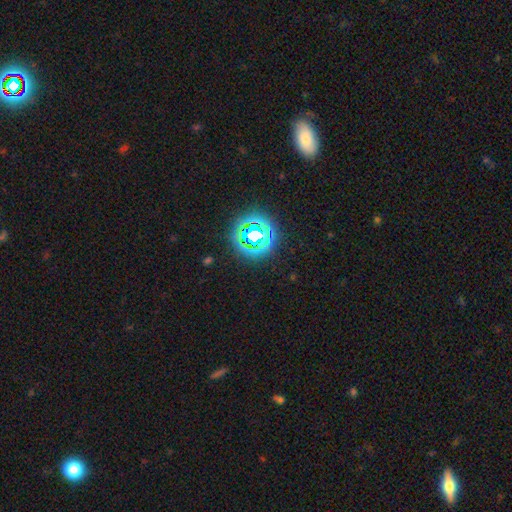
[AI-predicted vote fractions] Smooth or featured? Predicted: star or artifact (p=0.68).